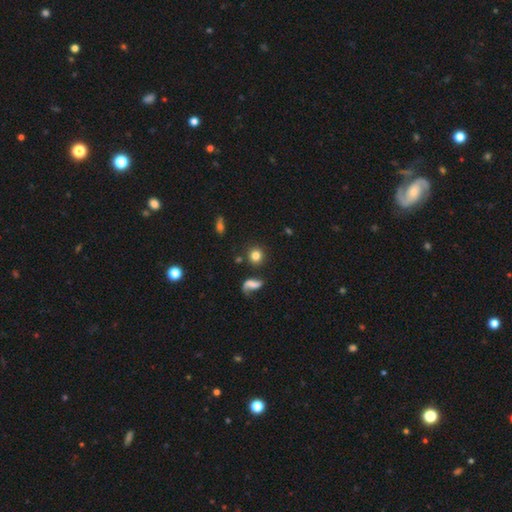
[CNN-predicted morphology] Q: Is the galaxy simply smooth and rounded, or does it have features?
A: smooth — 77%.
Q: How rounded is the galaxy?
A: round — 89%.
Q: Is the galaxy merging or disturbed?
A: none — 80%.